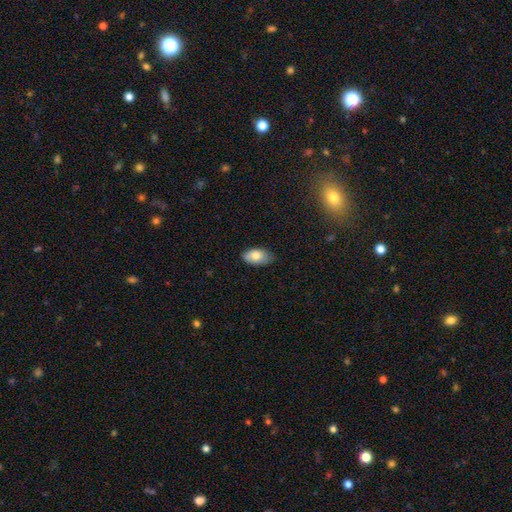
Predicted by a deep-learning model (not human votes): This appears to be a smooth galaxy with no disk features (79%) that is in between round and cigar-shaped (94%). Merging: none (75%).